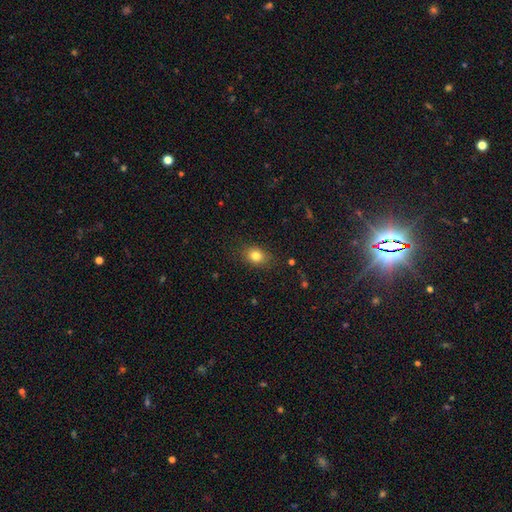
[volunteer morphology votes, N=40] smooth 88%, featured or disk 8%, star or artifact 5%. Down the decision tree: how rounded — in between (54%); merging — none (84%).